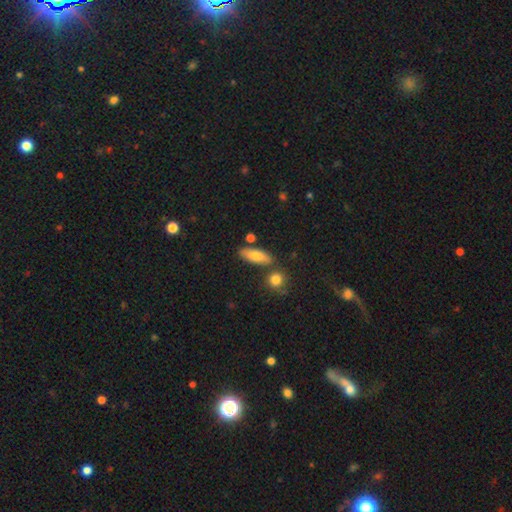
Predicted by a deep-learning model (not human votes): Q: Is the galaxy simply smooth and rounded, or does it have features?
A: smooth — 74%.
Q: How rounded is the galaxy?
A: in between — 61%.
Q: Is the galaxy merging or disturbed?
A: none — 77%.